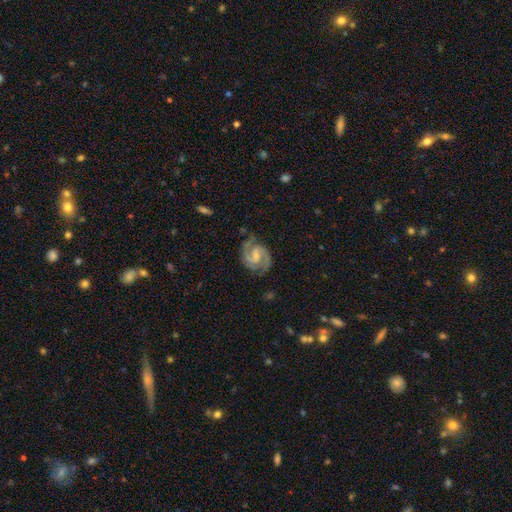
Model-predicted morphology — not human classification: smooth-or-featured: featured or disk: 90% | smooth: 6% | star or artifact: 5%
  disk-edge-on: no: 98% | yes: 2%
    bar: weak: 58% | no: 24% | strong: 18%
    has-spiral-arms: yes: 98% | no: 2%
      spiral-winding: medium: 56% | tight: 32% | loose: 11%
      spiral-arm-count: 2: 89% | 3: 4% | can't tell: 3% | 1: 1% | 4: 1% | more than 4: 1%
    bulge-size: small: 47% | moderate: 27% | none: 23% | large: 2% | dominant: 1%
  merging: none: 75% | minor disturbance: 17% | major disturbance: 6% | merger: 2%